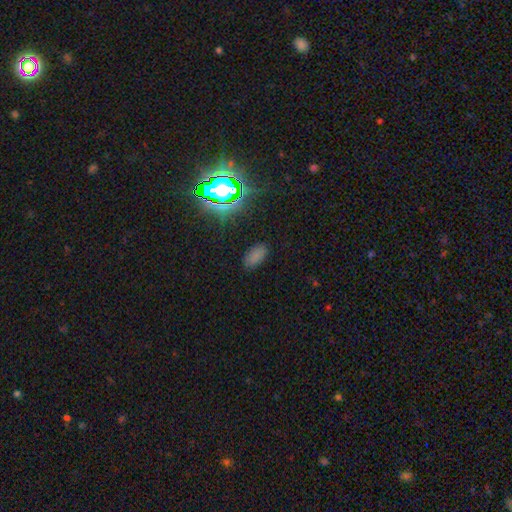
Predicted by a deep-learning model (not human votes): A smooth galaxy with no disk features (68%) that is in between round and cigar-shaped (92%).

Vote fractions:
- Smooth or featured? smooth: 68% / star or artifact: 25% / featured or disk: 7%
- How rounded? in between: 92% / round: 4% / cigar-shaped: 4%
- Merging? none: 83% / minor disturbance: 12% / major disturbance: 4% / merger: 1%